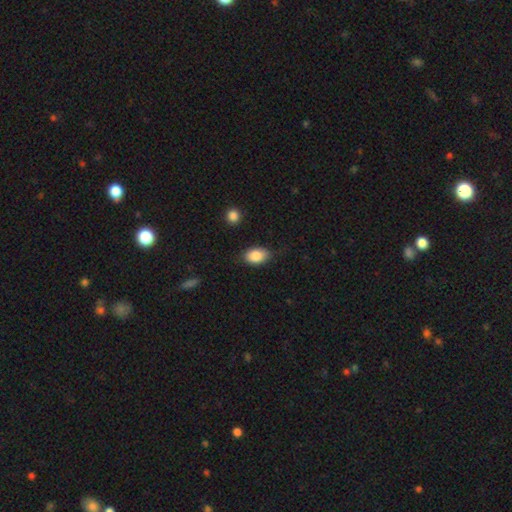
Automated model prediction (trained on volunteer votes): smooth_or_featured: smooth (p=0.86) [alt: star or artifact p=0.07]
how_rounded: in between (p=0.86) [alt: round p=0.13]
merging: none (p=0.77) [alt: minor disturbance p=0.17]